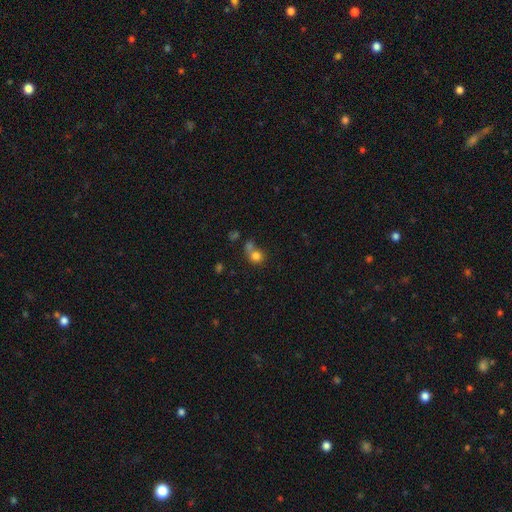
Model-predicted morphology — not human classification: A smooth galaxy with no disk features (78%) that is round (81%). Merging: none (42%).